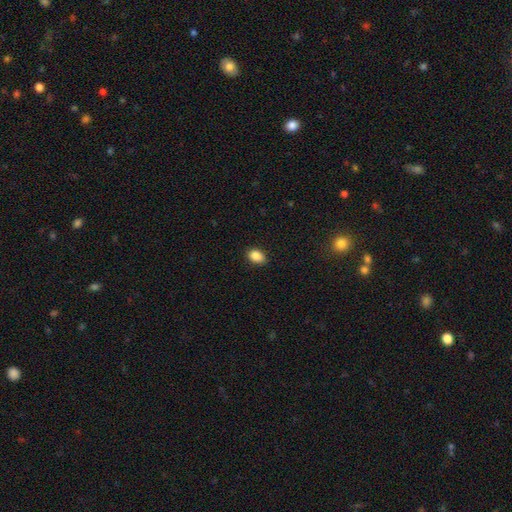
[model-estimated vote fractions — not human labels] Smooth or featured: smooth — 87% (star or artifact — 9%)
How rounded: in between — 79% (round — 20%)
Merging: none — 85% (minor disturbance — 12%)